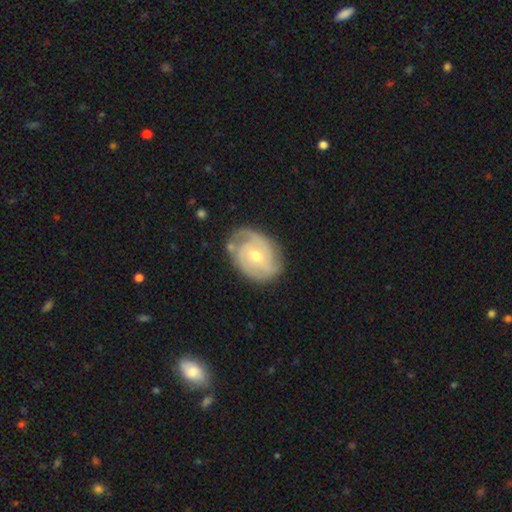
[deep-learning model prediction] Smooth or featured? Predicted: featured or disk (p=0.84). Edge-on disk? Predicted: no (p=0.97). Bar? Predicted: no (p=0.60). Spiral arms? Predicted: yes (p=0.95). Spiral winding? Predicted: tight (p=0.60). Spiral arm count? Predicted: 2 (p=0.38). Bulge size? Predicted: moderate (p=0.55). Merging? Predicted: none (p=0.73).